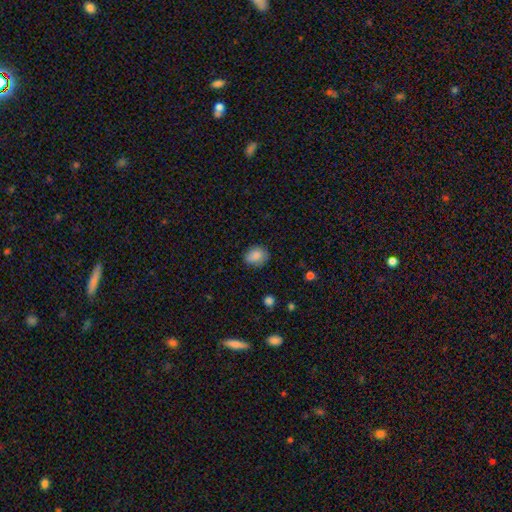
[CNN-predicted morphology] This is clearly a smooth galaxy (85%). How rounded: possibly in between (51%). Merging: likely none (79%).